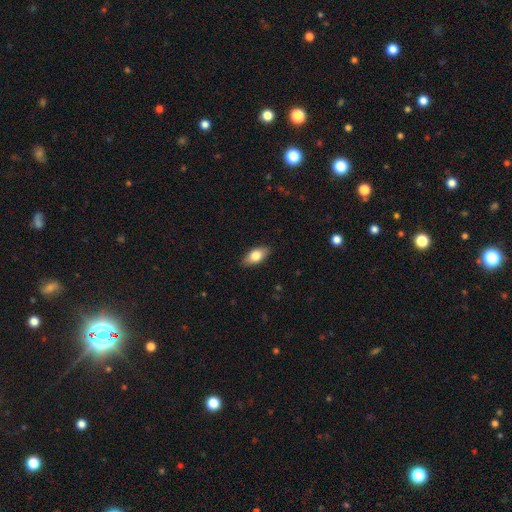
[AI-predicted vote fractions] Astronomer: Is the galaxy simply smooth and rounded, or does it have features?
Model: smooth — 77%.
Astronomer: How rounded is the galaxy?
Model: in between — 88%.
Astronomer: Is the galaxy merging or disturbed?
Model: none — 86%.